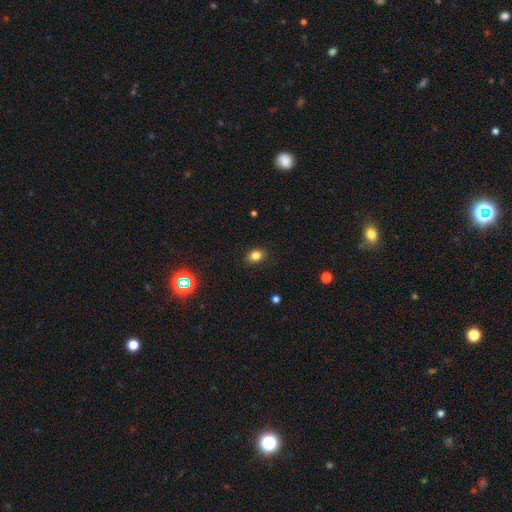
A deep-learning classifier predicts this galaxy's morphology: Smooth or featured? Predicted: smooth (p=0.81). How rounded? Predicted: in between (p=0.66). Merging? Predicted: none (p=0.88).